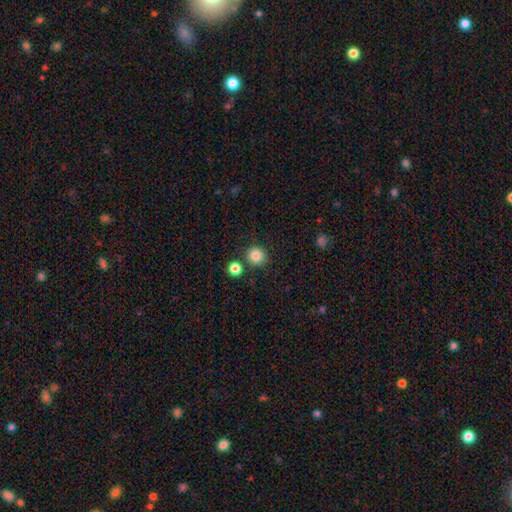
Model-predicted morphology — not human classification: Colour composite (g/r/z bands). It shows a smooth galaxy with no disk features (84%) that is round (91%). Merging: none (84%).